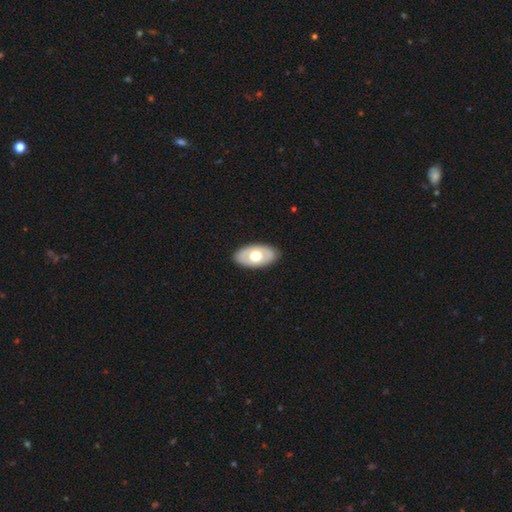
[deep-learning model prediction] This is possibly a smooth galaxy (54%). How rounded: clearly in between (93%). Merging: clearly none (88%).